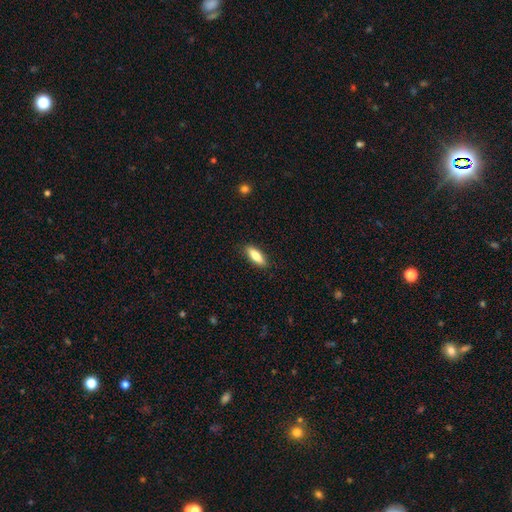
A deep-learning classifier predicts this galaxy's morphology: The model was most divided on "how rounded": in between: 61%, cigar-shaped: 36%, round: 2%. More confident: merging — none (88%); smooth or featured — smooth (79%).